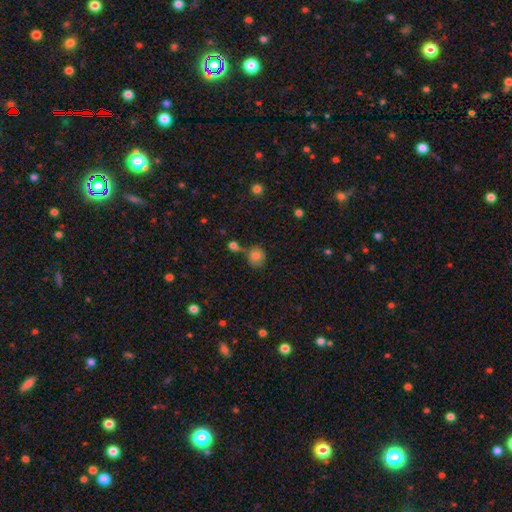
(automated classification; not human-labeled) smooth 77%, featured or disk 13%, star or artifact 10%. Down the decision tree: how rounded — round (73%); merging — none (52%).